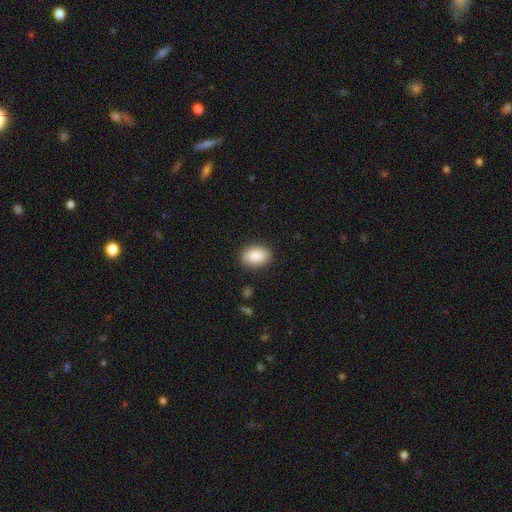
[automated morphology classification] Smooth or featured: smooth — 89% (star or artifact — 7%)
How rounded: in between — 85% (round — 14%)
Merging: none — 88% (minor disturbance — 9%)